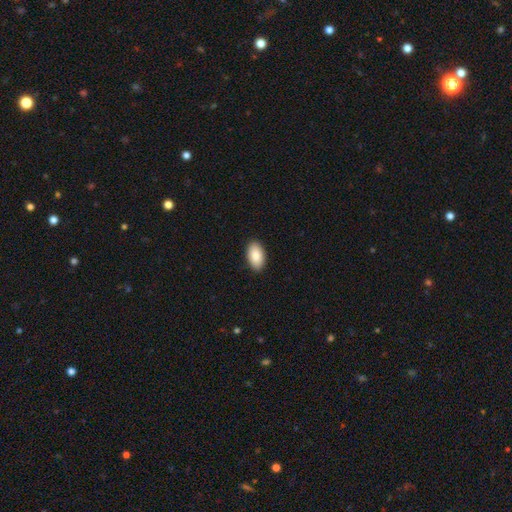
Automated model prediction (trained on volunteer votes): smooth 87%, featured or disk 7%, star or artifact 6%. Down the decision tree: how rounded — in between (95%); merging — none (90%).